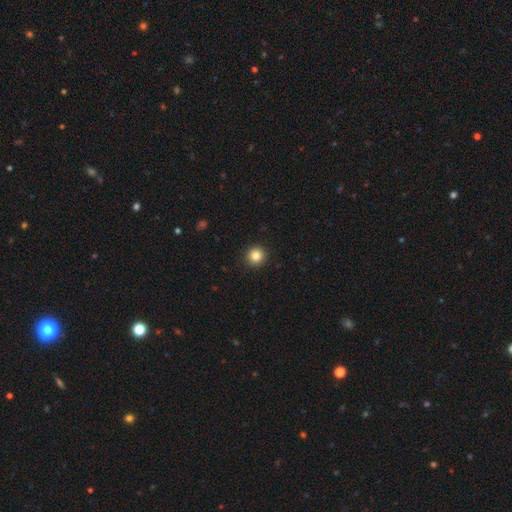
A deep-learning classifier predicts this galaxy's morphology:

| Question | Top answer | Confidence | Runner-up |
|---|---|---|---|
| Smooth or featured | smooth | 84% | star or artifact (11%) |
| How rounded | round | 96% | in between (3%) |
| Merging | none | 93% | minor disturbance (4%) |